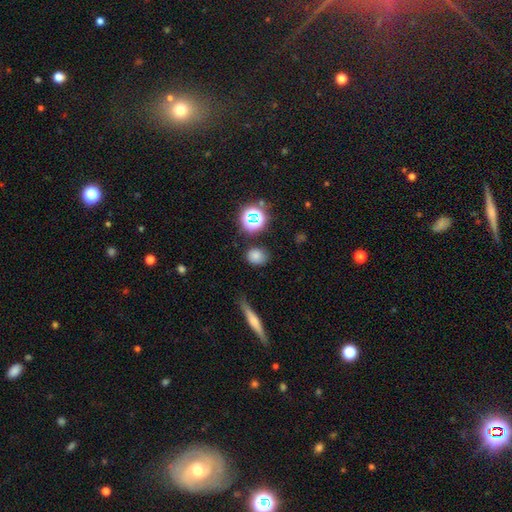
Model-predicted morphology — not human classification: smooth 76%, star or artifact 17%, featured or disk 7%. Down the decision tree: how rounded — round (60%); merging — none (81%).